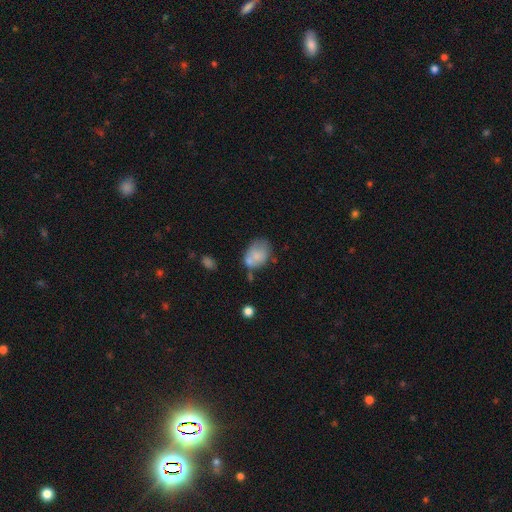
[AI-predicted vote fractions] The model was most divided on "merging": none: 38%, minor disturbance: 26%, merger: 25%, major disturbance: 11%. More confident: how rounded — in between (72%); smooth or featured — smooth (69%).